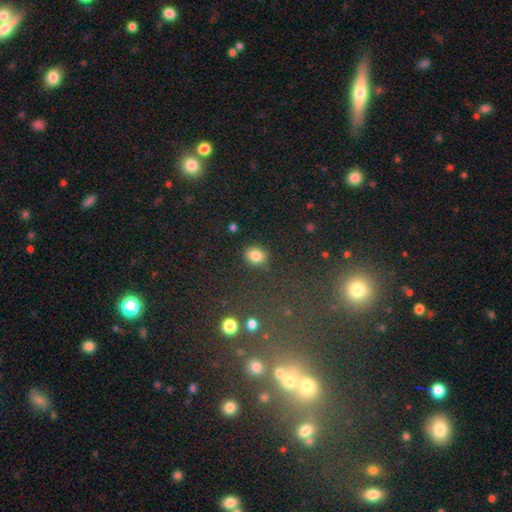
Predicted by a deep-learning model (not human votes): A smooth galaxy with no disk features (83%) that is in between round and cigar-shaped (54%).

Vote fractions:
- Smooth or featured? smooth: 83% / star or artifact: 11% / featured or disk: 6%
- How rounded? in between: 54% / round: 45% / cigar-shaped: 1%
- Merging? none: 85% / minor disturbance: 10% / major disturbance: 3% / merger: 2%